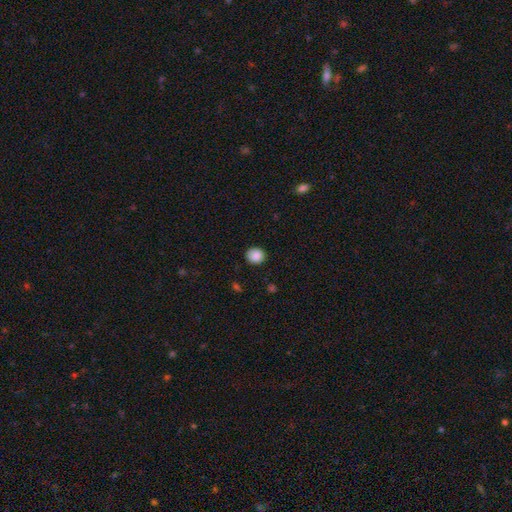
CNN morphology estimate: Smooth or featured: smooth — 88% (star or artifact — 9%)
How rounded: round — 83% (in between — 17%)
Merging: none — 87% (minor disturbance — 10%)